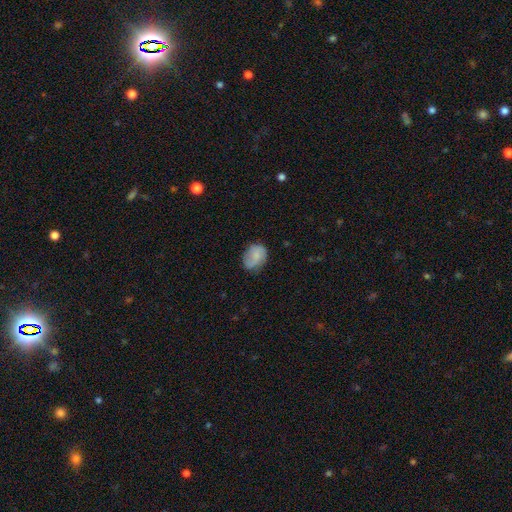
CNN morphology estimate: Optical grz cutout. It shows a smooth galaxy with no disk features (62%) that is in between round and cigar-shaped (61%). Merging: none (68%).